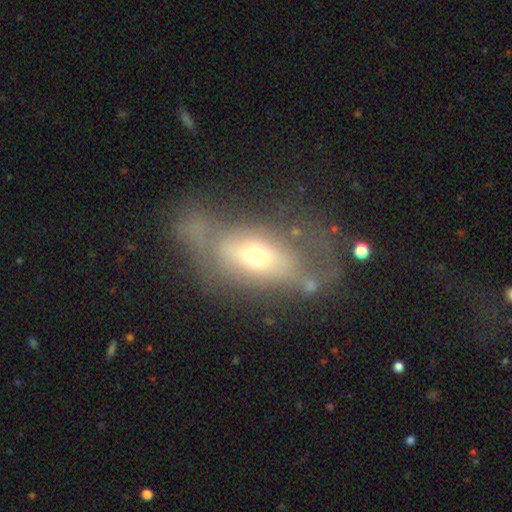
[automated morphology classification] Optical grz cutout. It shows a featured or disk galaxy (49%). Merging: none (39%).